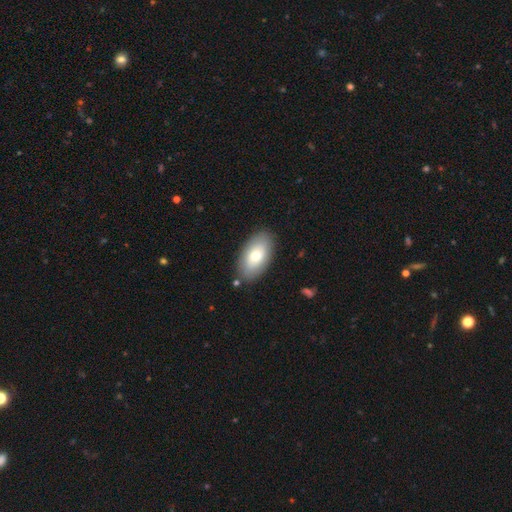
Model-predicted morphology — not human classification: Q: Smooth or featured?
A: smooth (70%); runner-up: featured or disk (24%)
Q: How rounded?
A: in between (94%); runner-up: round (4%)
Q: Merging?
A: none (85%); runner-up: minor disturbance (10%)